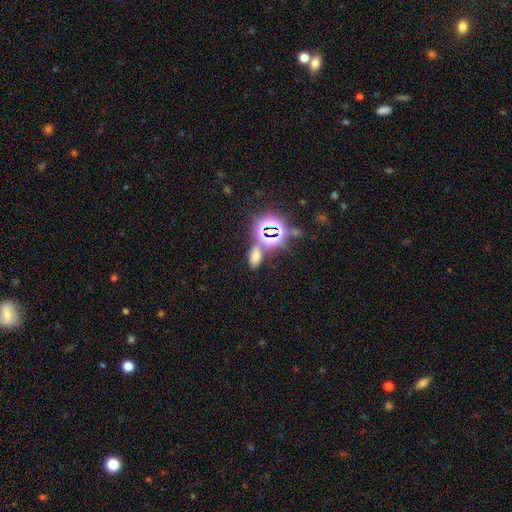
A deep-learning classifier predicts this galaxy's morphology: This is possibly a smooth galaxy (54%). How rounded: clearly in between (87%). Merging: likely none (68%).